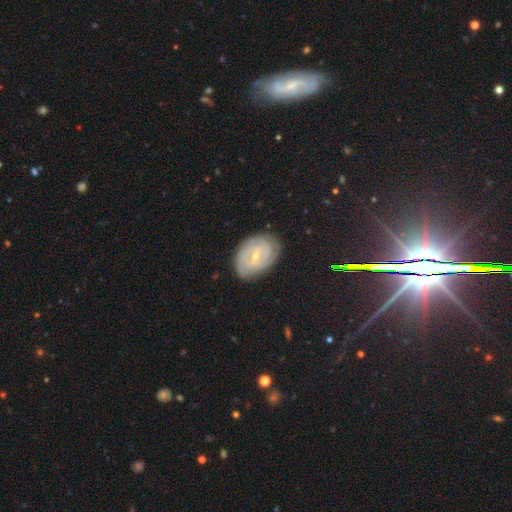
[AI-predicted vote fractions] Morphology: type=featured or disk (78%); edge-on=no (96%); bar=weak (52%); spiral arms=yes (88%); winding=tight (72%); arm count=2 (41%); bulge=small (65%); merging=none (80%).